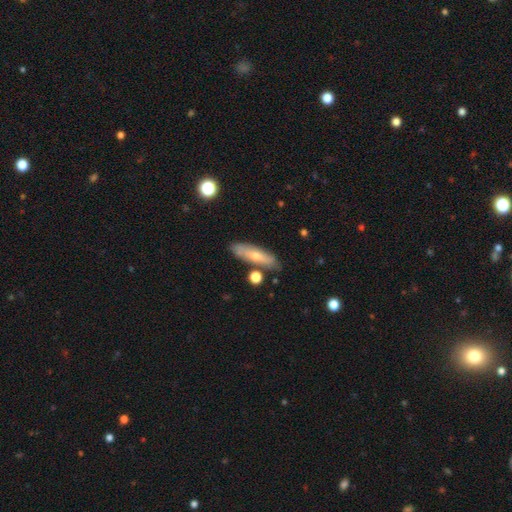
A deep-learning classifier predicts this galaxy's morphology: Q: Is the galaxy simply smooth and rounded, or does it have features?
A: smooth — 60%.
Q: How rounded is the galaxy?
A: cigar-shaped — 62%.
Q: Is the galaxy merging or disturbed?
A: none — 78%.